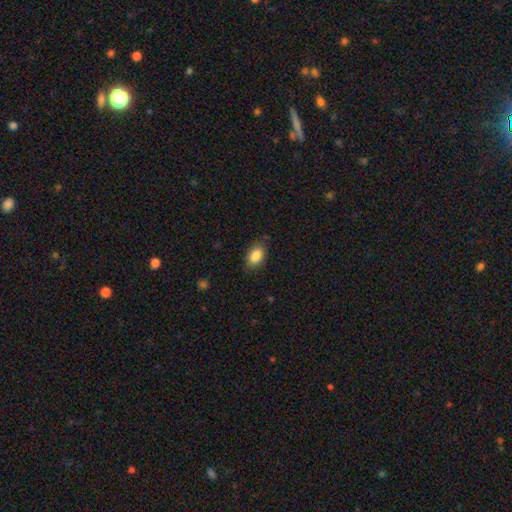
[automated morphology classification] The model was most divided on "merging": none: 82%, minor disturbance: 14%, major disturbance: 3%, merger: 1%. More confident: how rounded — in between (89%); smooth or featured — smooth (86%).